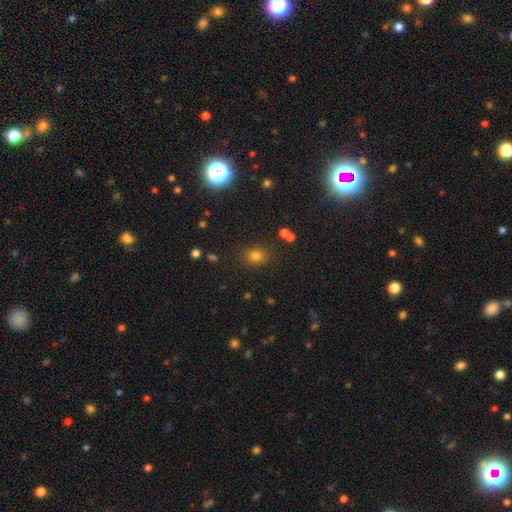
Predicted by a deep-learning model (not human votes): Smooth or featured? Predicted: smooth (p=0.74). How rounded? Predicted: round (p=0.70). Merging? Predicted: none (p=0.84).